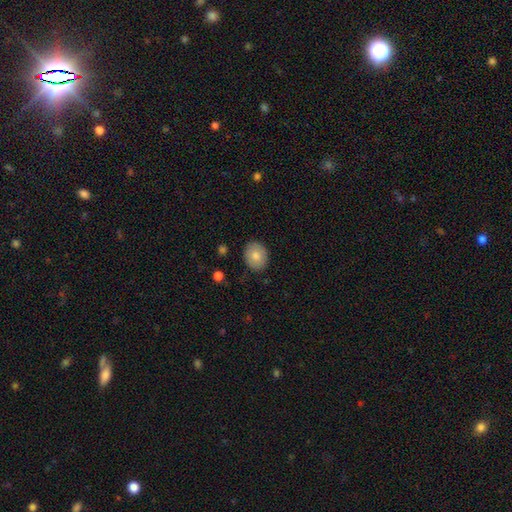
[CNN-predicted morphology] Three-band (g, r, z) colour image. It shows a smooth galaxy with no disk features (80%) that is round (52%). Merging: none (87%).